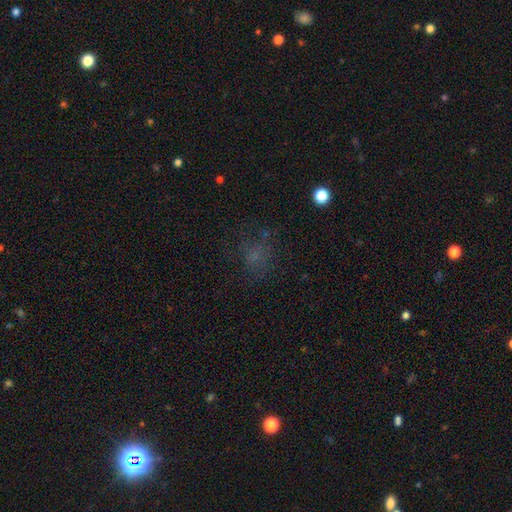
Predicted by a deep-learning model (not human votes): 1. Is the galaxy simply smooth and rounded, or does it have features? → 54% smooth, 29% star or artifact, 17% featured or disk.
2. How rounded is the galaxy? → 69% round, 29% in between, 1% cigar-shaped.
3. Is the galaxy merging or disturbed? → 66% none, 17% minor disturbance, 15% major disturbance, 2% merger.